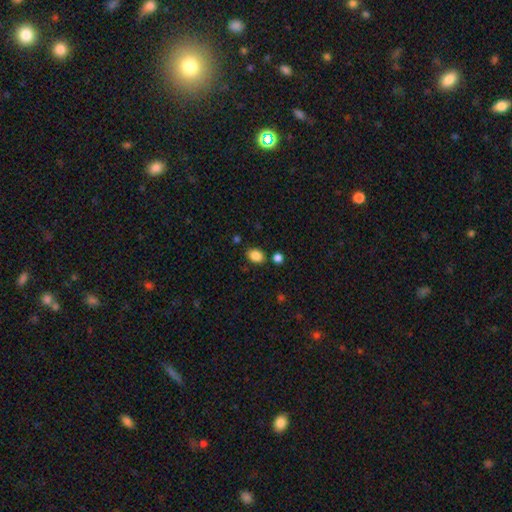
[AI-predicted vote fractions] Morphology: type=smooth (85%); roundness=in between (72%); merging=none (81%).